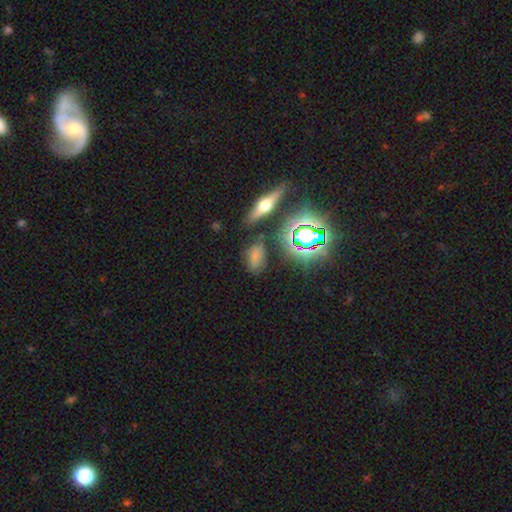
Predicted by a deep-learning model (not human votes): Overall: smooth (57%; star or artifact 25%). How rounded: in between (84%). Merging: none (67%).